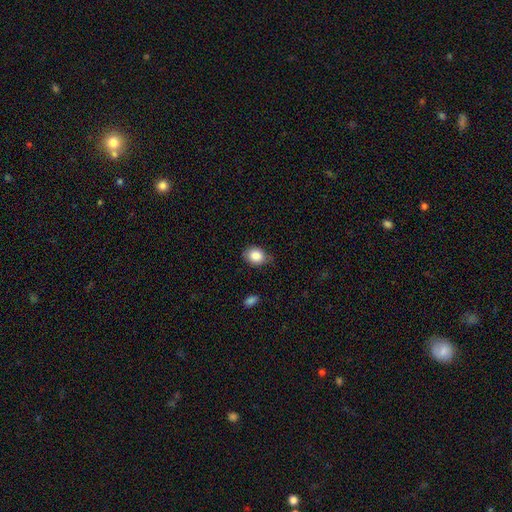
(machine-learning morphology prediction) smooth-or-featured: smooth: 85% | star or artifact: 8% | featured or disk: 6%
  how-rounded: in between: 53% | round: 46% | cigar-shaped: 1%
  merging: none: 67% | minor disturbance: 27% | major disturbance: 5% | merger: 2%